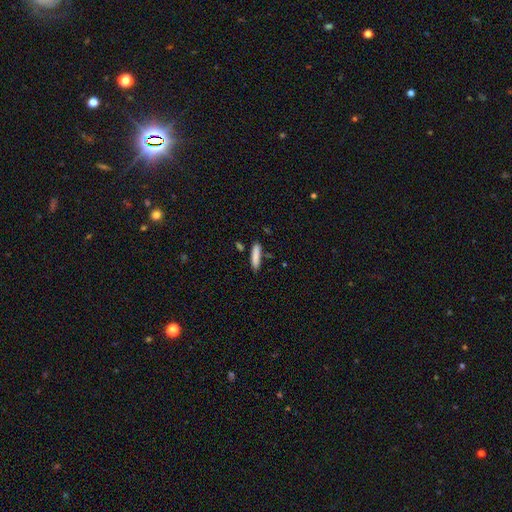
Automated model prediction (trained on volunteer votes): Smooth or featured? Predicted: smooth (p=0.85). How rounded? Predicted: cigar-shaped (p=0.82). Merging? Predicted: none (p=0.82).